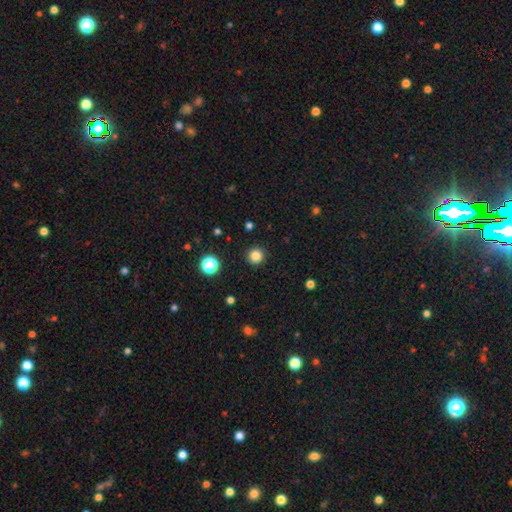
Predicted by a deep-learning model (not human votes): This appears to be a smooth galaxy with no disk features (83%) that is round (96%). Merging: none (92%).